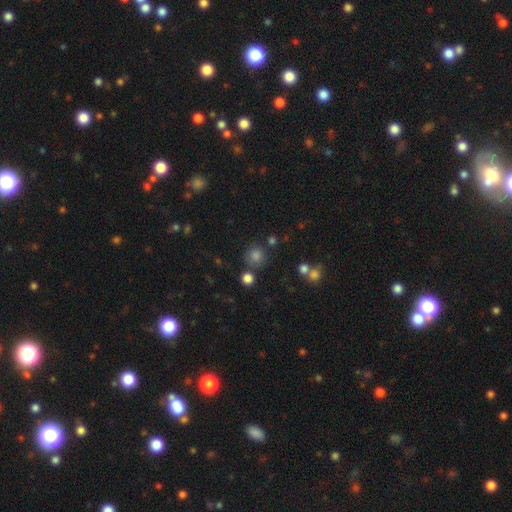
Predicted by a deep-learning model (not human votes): Q: Smooth or featured?
A: smooth (79%); runner-up: star or artifact (16%)
Q: How rounded?
A: round (90%); runner-up: in between (9%)
Q: Merging?
A: none (76%); runner-up: minor disturbance (11%)